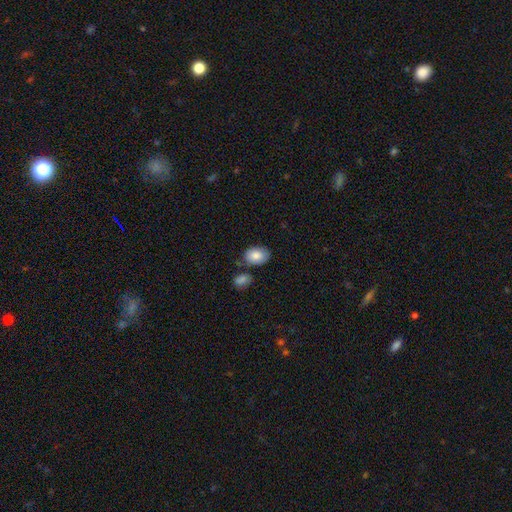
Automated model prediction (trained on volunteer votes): The model was most divided on "merging": none: 67%, minor disturbance: 17%, merger: 12%, major disturbance: 4%. More confident: smooth or featured — smooth (84%); how rounded — in between (83%).